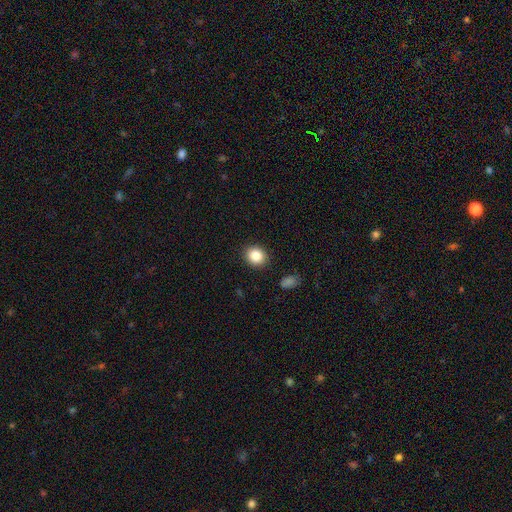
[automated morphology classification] Smooth or featured? Predicted: smooth (p=0.85). How rounded? Predicted: round (p=0.71). Merging? Predicted: none (p=0.89).